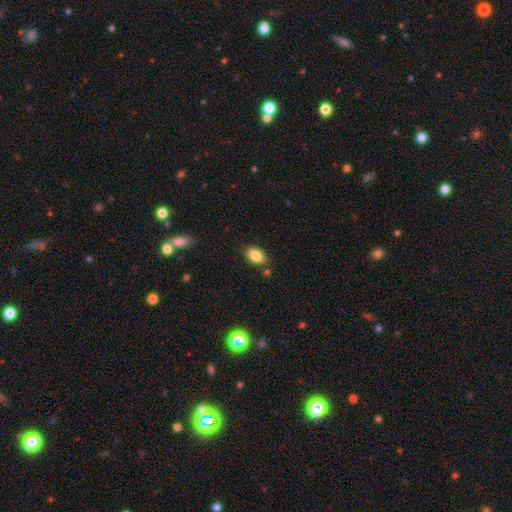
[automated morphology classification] This is clearly a smooth galaxy (85%). How rounded: clearly in between (88%). Merging: clearly none (82%).